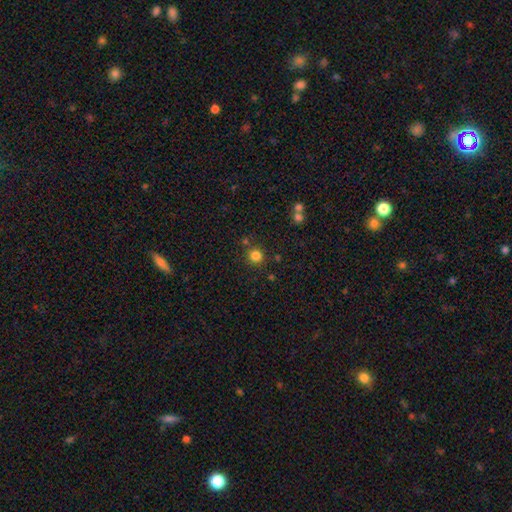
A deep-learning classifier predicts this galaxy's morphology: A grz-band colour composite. It shows a smooth galaxy with no disk features (81%) that is round (94%). Merging: none (83%).